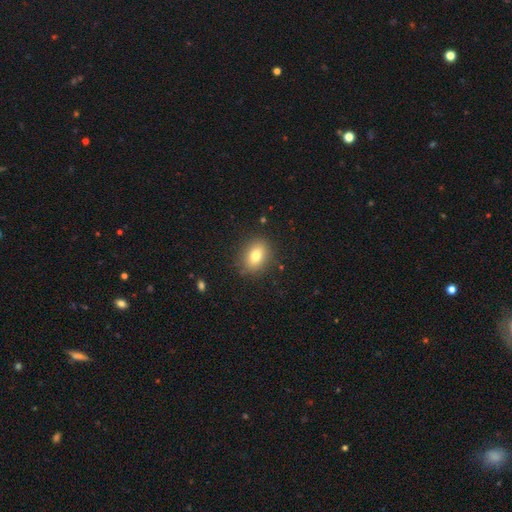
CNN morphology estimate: smooth-or-featured: smooth: 77% | featured or disk: 12% | star or artifact: 10%
  how-rounded: in between: 66% | round: 32% | cigar-shaped: 2%
  merging: none: 86% | minor disturbance: 10% | major disturbance: 3% | merger: 1%